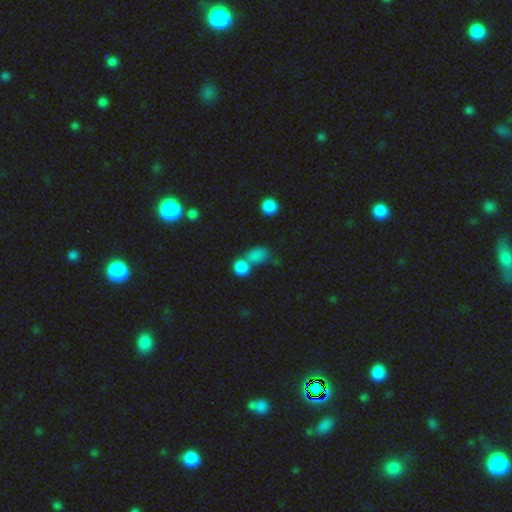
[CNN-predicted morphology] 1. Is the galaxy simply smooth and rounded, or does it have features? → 79% smooth, 14% star or artifact, 7% featured or disk.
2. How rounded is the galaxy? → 55% in between, 42% round, 3% cigar-shaped.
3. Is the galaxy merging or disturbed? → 50% merger, 35% none, 10% minor disturbance, 6% major disturbance.